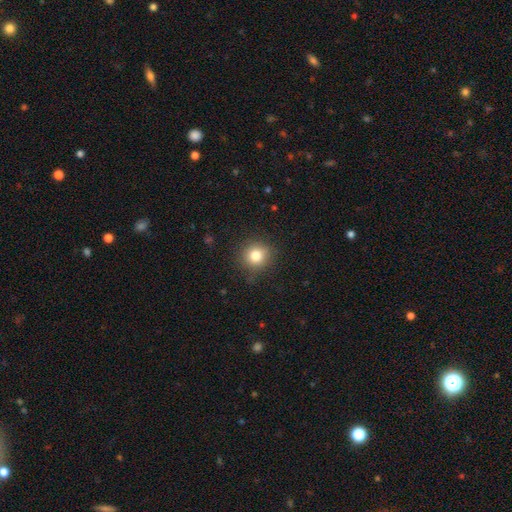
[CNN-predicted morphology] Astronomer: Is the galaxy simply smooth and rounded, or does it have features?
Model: smooth — 81%.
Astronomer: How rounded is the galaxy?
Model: round — 90%.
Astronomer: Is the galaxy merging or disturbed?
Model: none — 87%.